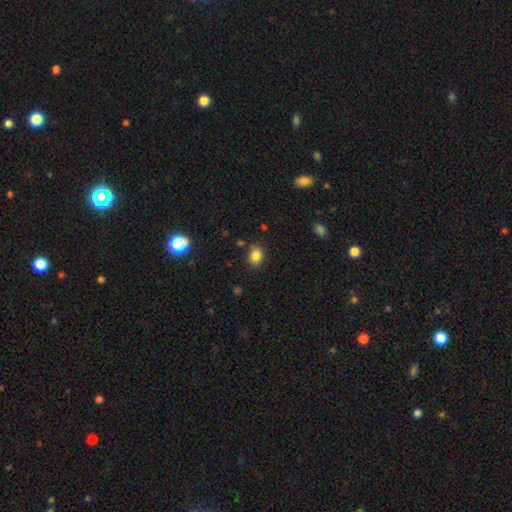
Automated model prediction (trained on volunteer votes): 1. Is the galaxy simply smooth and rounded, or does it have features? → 83% smooth, 12% star or artifact, 5% featured or disk.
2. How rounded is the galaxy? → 50% in between, 49% round, 1% cigar-shaped.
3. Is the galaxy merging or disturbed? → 79% none, 14% minor disturbance, 4% major disturbance, 3% merger.